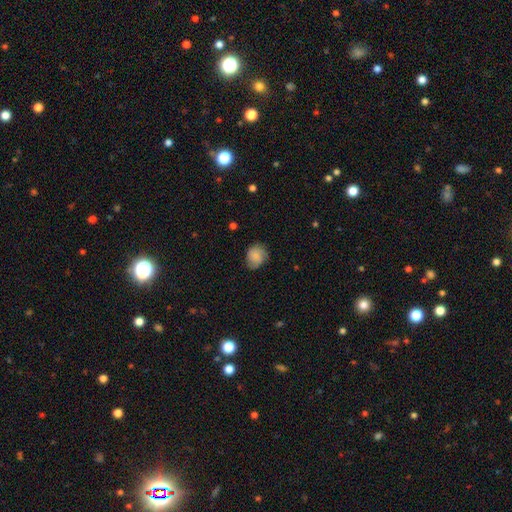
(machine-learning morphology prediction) A smooth galaxy with no disk features (77%) that is round (64%).

Vote fractions:
- Smooth or featured? smooth: 77% / featured or disk: 15% / star or artifact: 8%
- How rounded? round: 64% / in between: 35% / cigar-shaped: 1%
- Merging? none: 67% / minor disturbance: 25% / major disturbance: 7% / merger: 1%